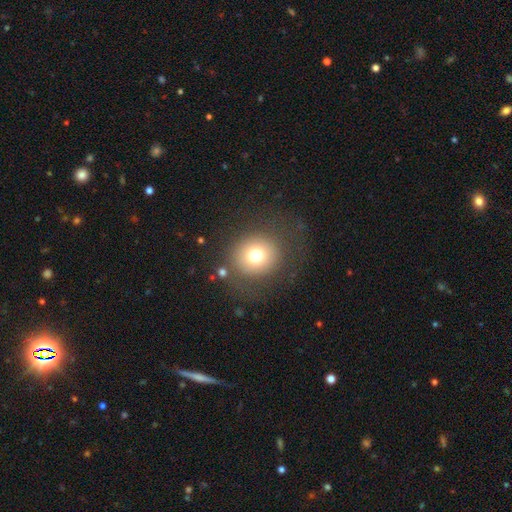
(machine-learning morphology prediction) Smooth or featured: smooth — 73% (featured or disk — 14%)
How rounded: round — 87% (in between — 12%)
Merging: none — 78% (minor disturbance — 11%)